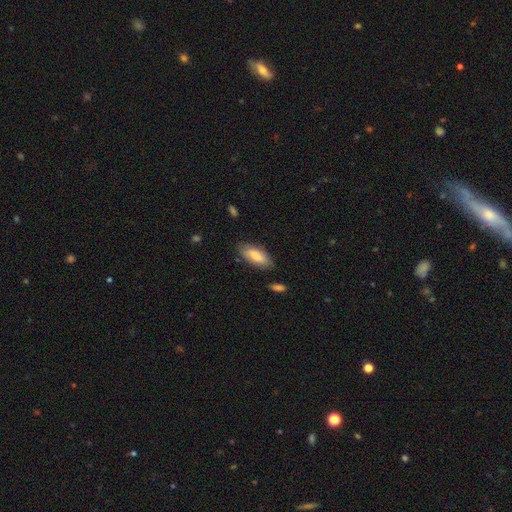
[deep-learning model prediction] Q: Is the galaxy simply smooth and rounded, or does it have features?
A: smooth — 74%.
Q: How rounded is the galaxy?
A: in between — 83%.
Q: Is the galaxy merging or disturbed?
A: none — 82%.